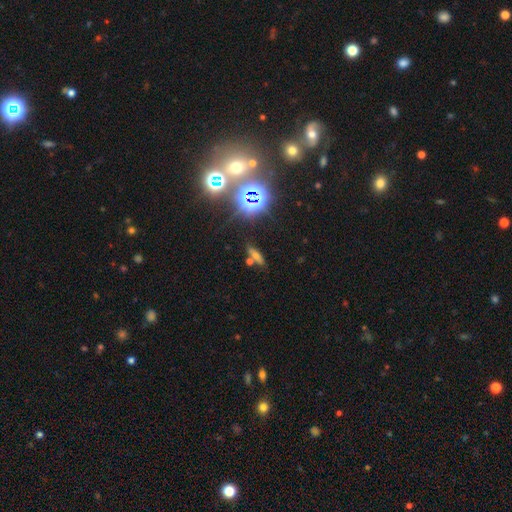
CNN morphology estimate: Q: Smooth or featured?
A: star or artifact (43%); runner-up: smooth (33%)